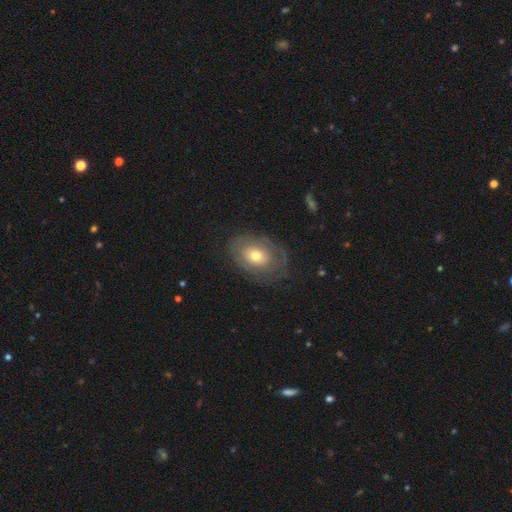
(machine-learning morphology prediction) type=featured or disk (47%); merging=none (66%).